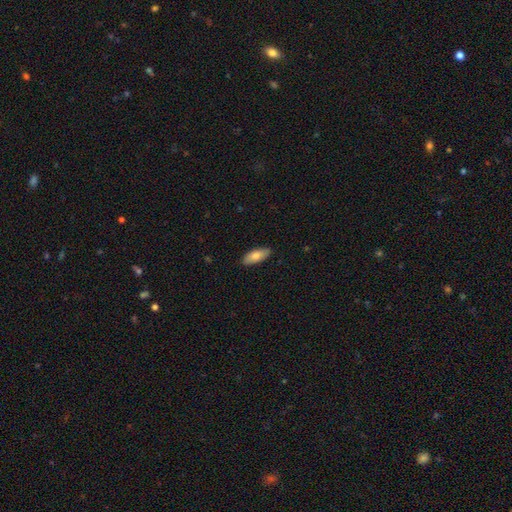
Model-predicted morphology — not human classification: smooth_or_featured: smooth (p=0.78) [alt: featured or disk p=0.16]
how_rounded: in between (p=0.80) [alt: cigar-shaped p=0.18]
merging: none (p=0.89) [alt: minor disturbance p=0.09]